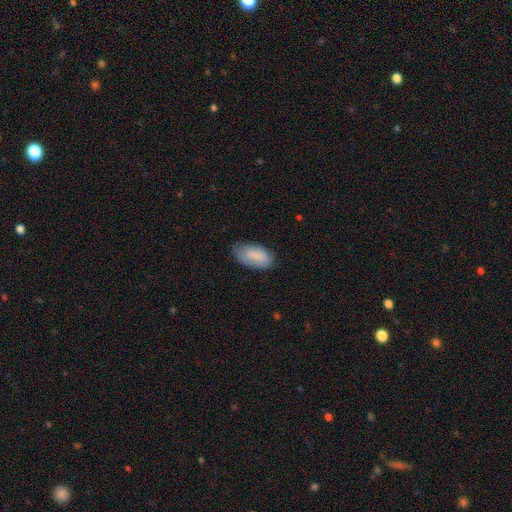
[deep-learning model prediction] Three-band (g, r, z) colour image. It shows a smooth galaxy with no disk features (79%) that is in between round and cigar-shaped (94%). Merging: none (58%).